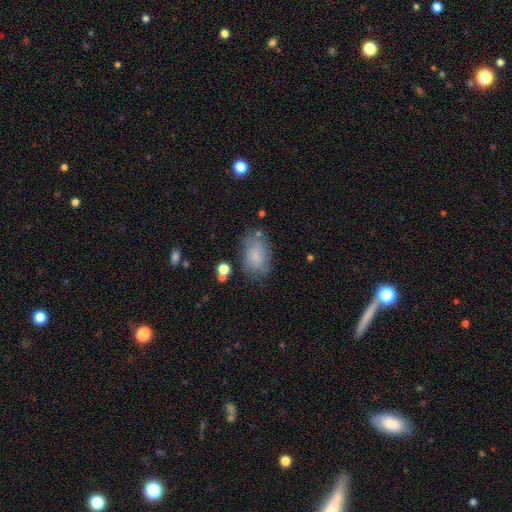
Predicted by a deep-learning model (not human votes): Smooth or featured?
  - smooth: 76% *
  - featured or disk: 15%
  - star or artifact: 9%
How rounded?
  - in between: 86% *
  - round: 12%
  - cigar-shaped: 2%
Merging?
  - none: 66% *
  - minor disturbance: 22%
  - major disturbance: 8%
  - merger: 4%